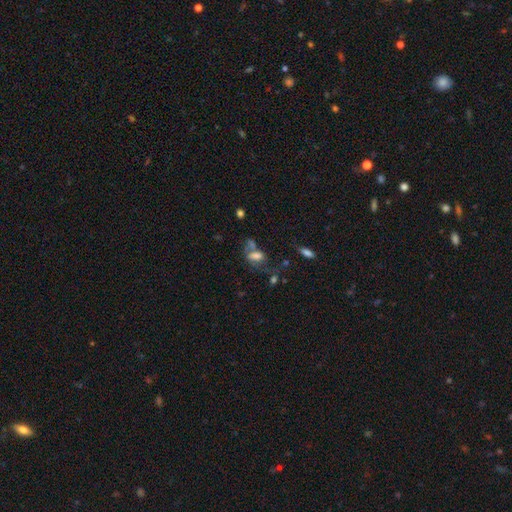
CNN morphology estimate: Smooth or featured? Predicted: smooth (p=0.59). How rounded? Predicted: in between (p=0.83). Merging? Predicted: merger (p=0.31).